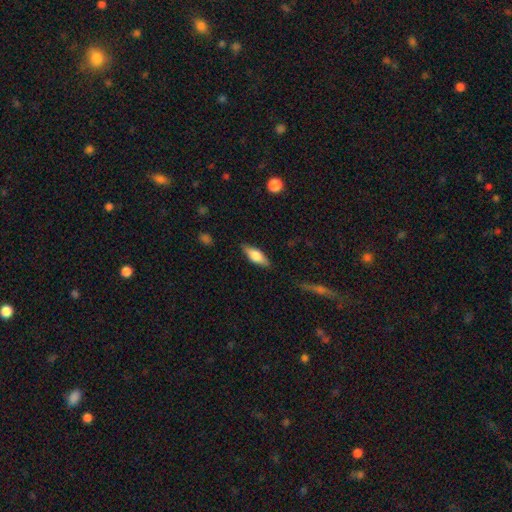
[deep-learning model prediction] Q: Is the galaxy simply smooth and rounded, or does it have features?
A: smooth — 65%.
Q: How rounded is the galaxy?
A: in between — 70%.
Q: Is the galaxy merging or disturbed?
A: none — 85%.